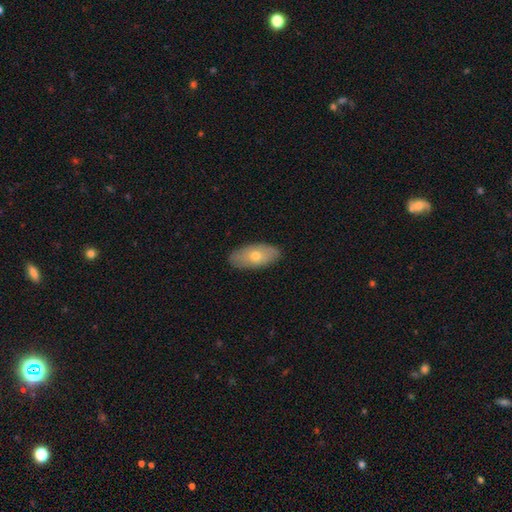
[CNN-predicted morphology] Q: Smooth or featured?
A: smooth (63%); runner-up: featured or disk (30%)
Q: How rounded?
A: in between (88%); runner-up: cigar-shaped (8%)
Q: Merging?
A: none (88%); runner-up: minor disturbance (10%)